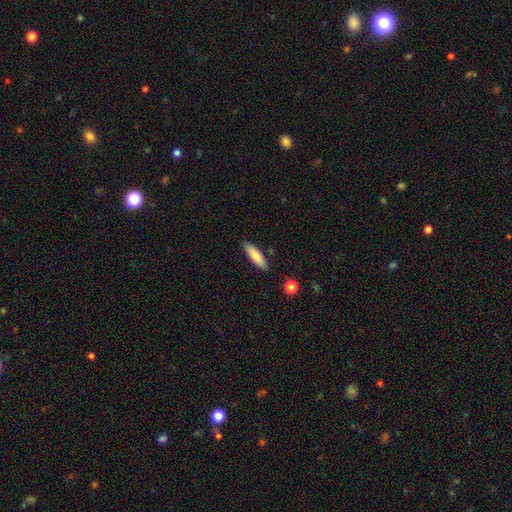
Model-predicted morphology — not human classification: smooth_or_featured: smooth (p=0.79) [alt: featured or disk p=0.14]
how_rounded: cigar-shaped (p=0.57) [alt: in between p=0.41]
merging: none (p=0.85) [alt: minor disturbance p=0.10]